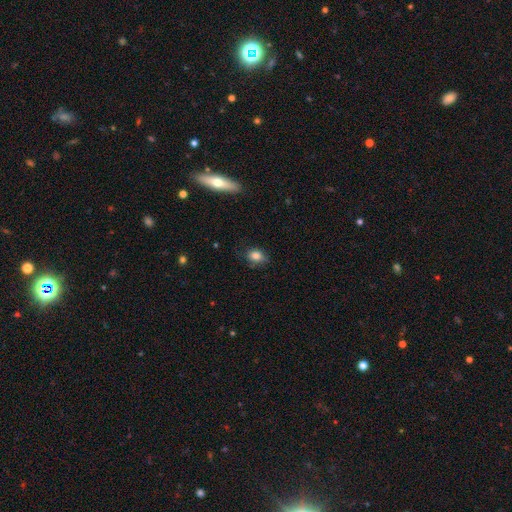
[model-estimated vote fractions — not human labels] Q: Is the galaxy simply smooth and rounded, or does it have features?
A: smooth — 83%.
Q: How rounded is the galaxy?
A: in between — 61%.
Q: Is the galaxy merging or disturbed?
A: none — 70%.